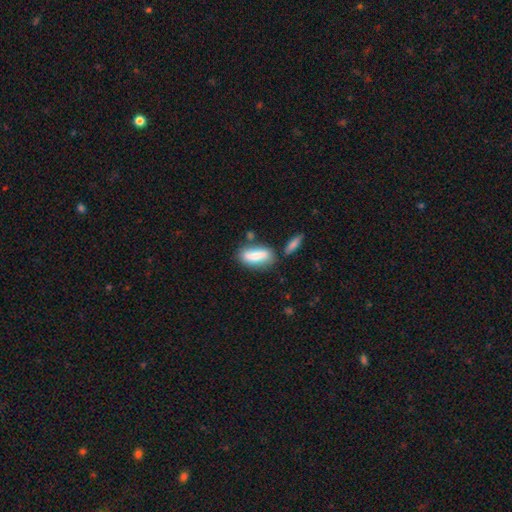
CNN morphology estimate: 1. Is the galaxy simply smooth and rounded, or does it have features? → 76% smooth, 17% featured or disk, 6% star or artifact.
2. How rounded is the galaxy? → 73% in between, 25% cigar-shaped, 3% round.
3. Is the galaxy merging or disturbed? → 65% none, 17% minor disturbance, 13% merger, 5% major disturbance.